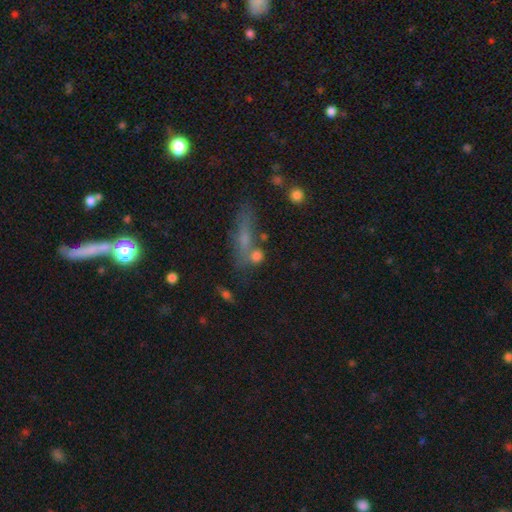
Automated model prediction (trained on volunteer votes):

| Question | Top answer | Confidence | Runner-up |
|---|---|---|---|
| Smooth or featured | smooth | 69% | star or artifact (16%) |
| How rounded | round | 55% | in between (26%) |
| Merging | none | 53% | merger (23%) |